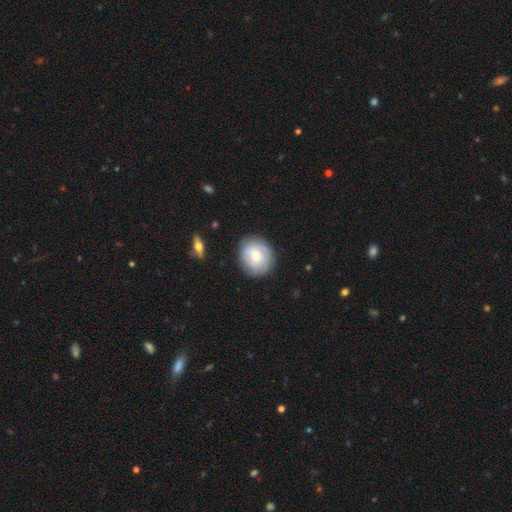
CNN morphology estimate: smooth-or-featured: smooth: 63% | featured or disk: 30% | star or artifact: 7%
  how-rounded: round: 74% | in between: 25% | cigar-shaped: 1%
  merging: none: 82% | minor disturbance: 13% | major disturbance: 3% | merger: 1%